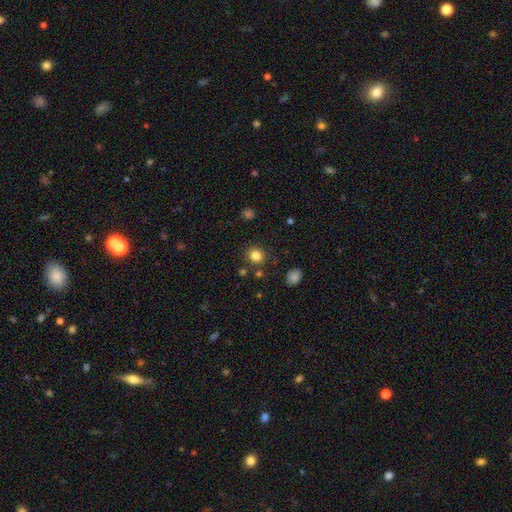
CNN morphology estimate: smooth_or_featured: smooth (p=0.83) [alt: star or artifact p=0.12]
how_rounded: round (p=0.85) [alt: in between p=0.14]
merging: none (p=0.85) [alt: minor disturbance p=0.08]